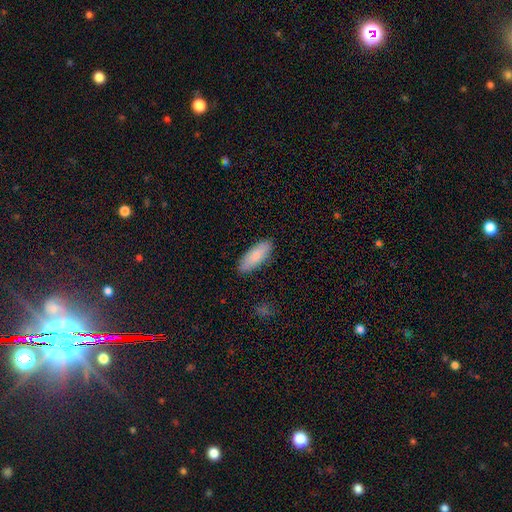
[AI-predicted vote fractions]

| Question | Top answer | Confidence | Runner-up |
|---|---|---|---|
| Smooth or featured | smooth | 85% | featured or disk (10%) |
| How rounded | in between | 76% | cigar-shaped (22%) |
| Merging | none | 88% | minor disturbance (9%) |